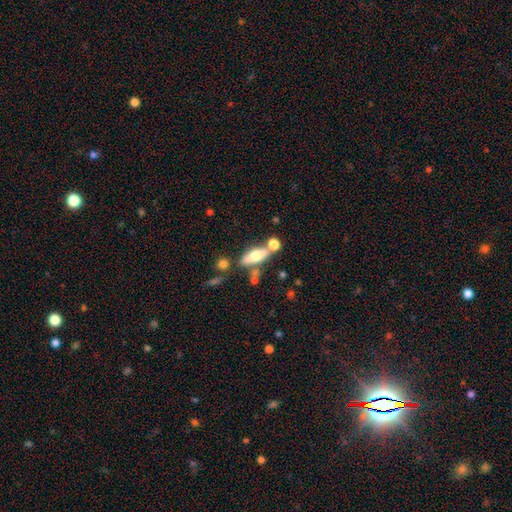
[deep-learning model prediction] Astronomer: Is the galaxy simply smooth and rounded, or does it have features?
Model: smooth — 51% (runner-up: featured or disk, 40%).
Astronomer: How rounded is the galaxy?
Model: in between — 48% (runner-up: cigar-shaped, 47%).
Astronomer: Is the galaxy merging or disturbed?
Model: none — 59%.